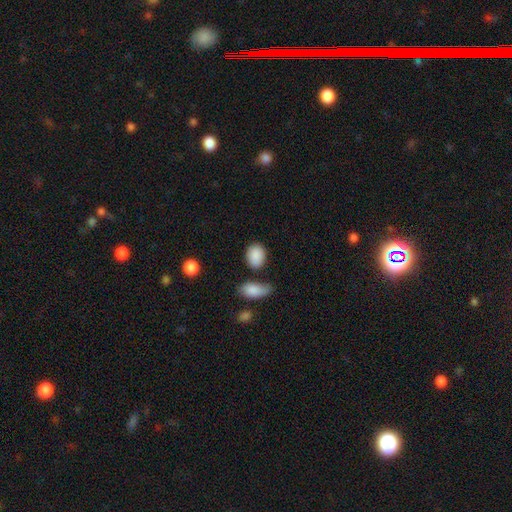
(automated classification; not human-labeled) Morphology: type=smooth (89%); roundness=in between (63%); merging=none (72%).